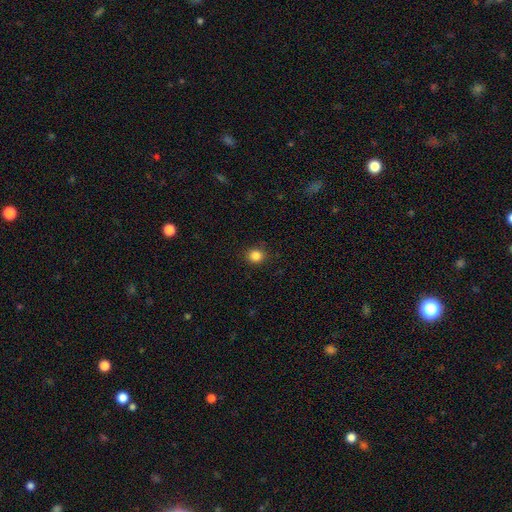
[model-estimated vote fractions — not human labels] This appears to be a smooth galaxy with no disk features (85%) that is round (85%). Merging: none (89%).